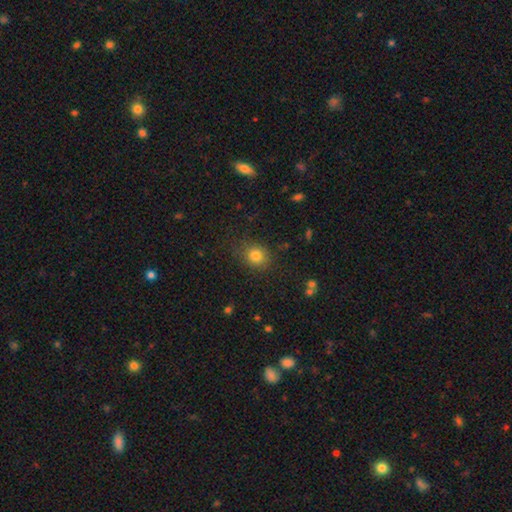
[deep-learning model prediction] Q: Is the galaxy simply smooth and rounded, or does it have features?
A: smooth — 81%.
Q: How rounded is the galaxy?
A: round — 74%.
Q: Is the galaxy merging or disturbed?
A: none — 81%.